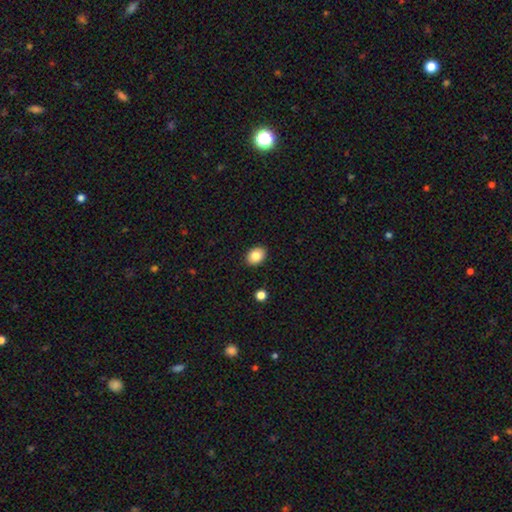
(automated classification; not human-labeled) Q: Smooth or featured?
A: smooth (84%); runner-up: star or artifact (8%)
Q: How rounded?
A: in between (70%); runner-up: round (29%)
Q: Merging?
A: none (89%); runner-up: minor disturbance (8%)